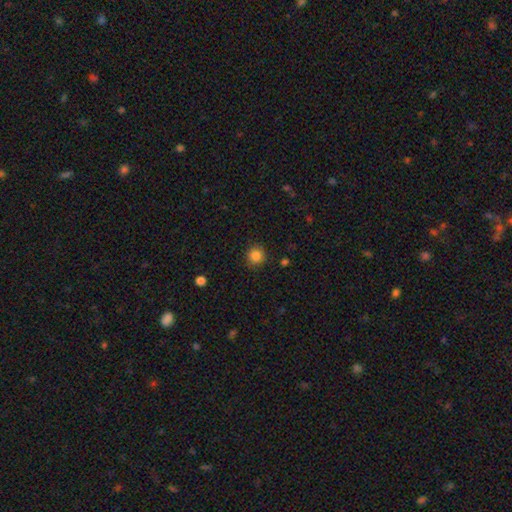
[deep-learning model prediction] Overall: smooth (85%). How rounded: round (93%). Merging: none (90%).